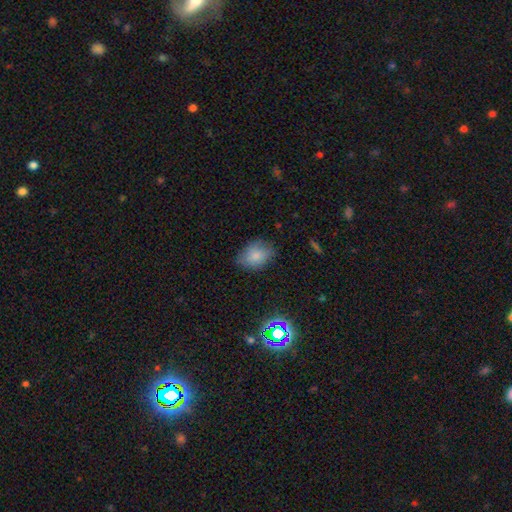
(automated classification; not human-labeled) smooth 81%, star or artifact 10%, featured or disk 9%. Down the decision tree: how rounded — in between (72%); merging — none (74%).